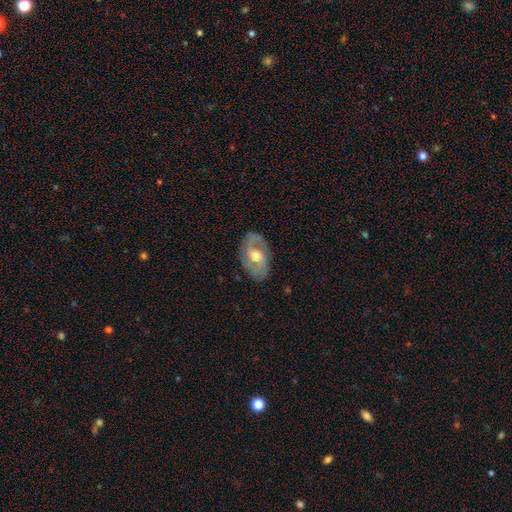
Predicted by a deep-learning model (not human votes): The model was most divided on "spiral winding": medium: 44%, tight: 32%, loose: 24%. More confident: edge-on disk — no (94%); spiral arms — yes (80%); merging — none (77%); bulge size — moderate (75%); smooth or featured — featured or disk (72%); spiral arm count — 2 (71%); bar — no (52%).